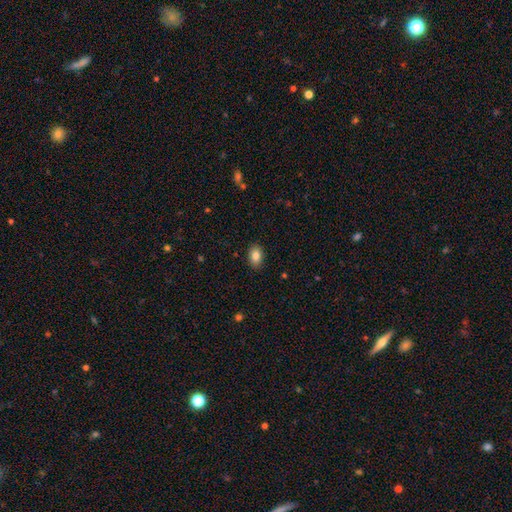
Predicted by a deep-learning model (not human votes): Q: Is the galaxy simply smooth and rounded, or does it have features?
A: smooth — 85%.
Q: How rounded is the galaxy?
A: in between — 85%.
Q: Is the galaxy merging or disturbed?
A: none — 88%.